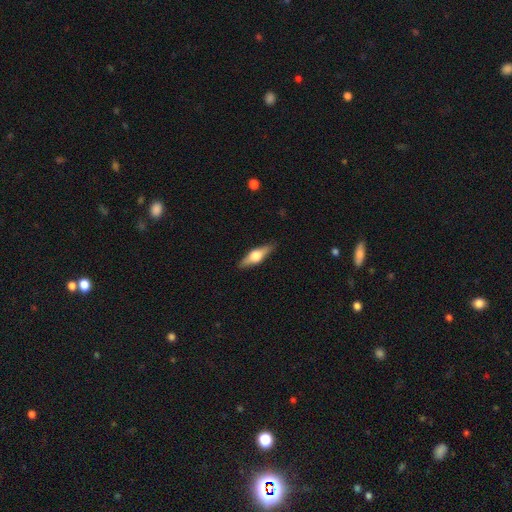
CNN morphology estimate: Overall: featured or disk (60%; smooth 34%). Edge-on disk: yes (95%). Edge-on bulge: rounded (94%). Merging: none (88%).